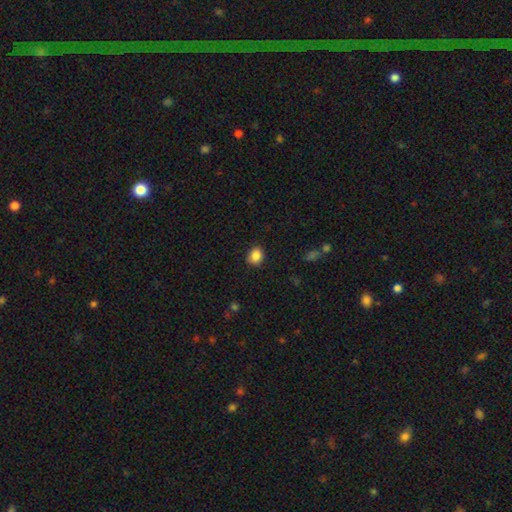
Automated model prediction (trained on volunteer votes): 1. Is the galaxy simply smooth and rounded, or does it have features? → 87% smooth, 9% star or artifact, 4% featured or disk.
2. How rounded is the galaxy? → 57% round, 42% in between, 1% cigar-shaped.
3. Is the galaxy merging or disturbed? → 87% none, 10% minor disturbance, 2% major disturbance, 1% merger.